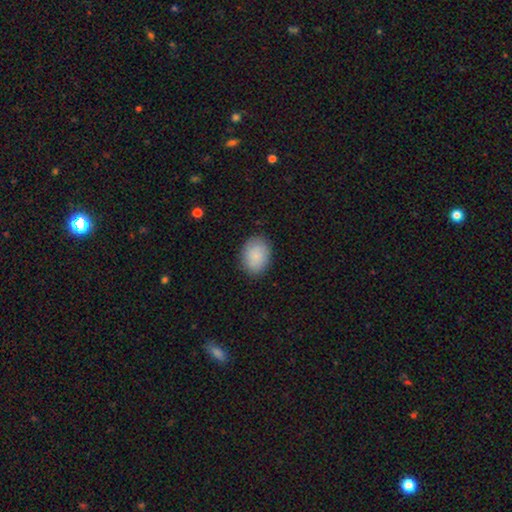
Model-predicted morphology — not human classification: smooth_or_featured: smooth (p=0.87) [alt: star or artifact p=0.06]
how_rounded: in between (p=0.70) [alt: round p=0.29]
merging: none (p=0.86) [alt: minor disturbance p=0.11]